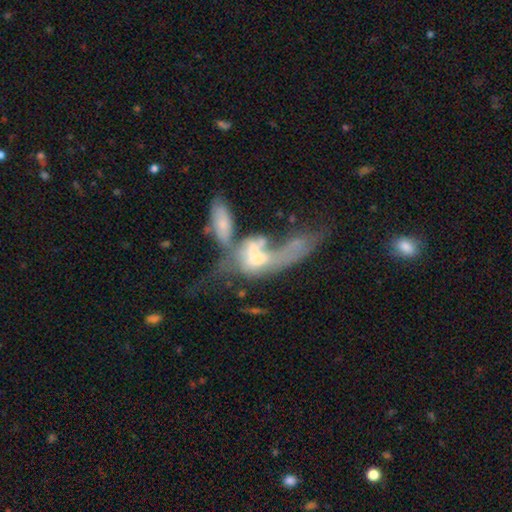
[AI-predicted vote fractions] A featured or disk galaxy (53%).

Vote fractions:
- Smooth or featured? featured or disk: 53% / smooth: 35% / star or artifact: 11%
- Edge-on disk? no: 81% / yes: 19%
- Merging? merger: 62% / major disturbance: 24% / none: 9% / minor disturbance: 6%